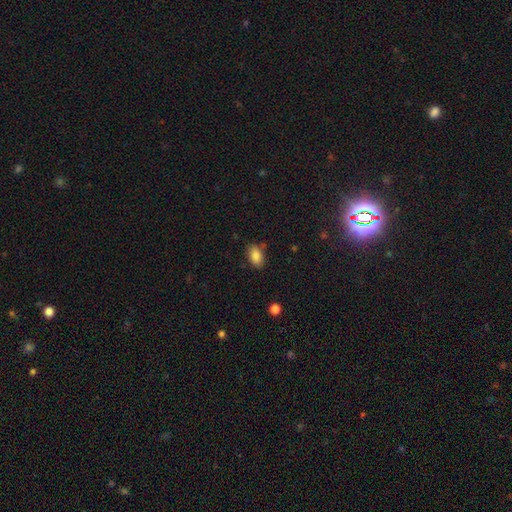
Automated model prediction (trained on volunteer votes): Overall: smooth (85%). How rounded: in between (90%). Merging: none (82%).